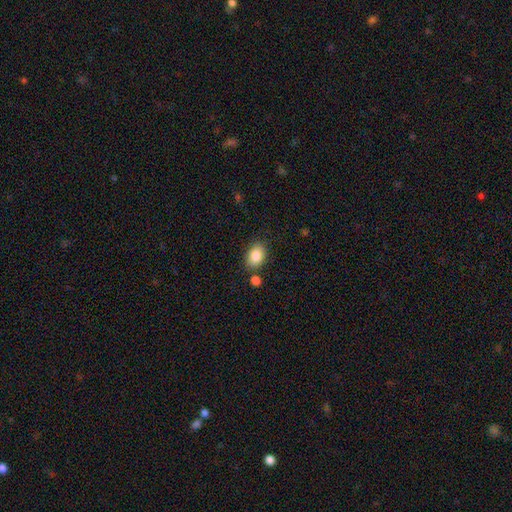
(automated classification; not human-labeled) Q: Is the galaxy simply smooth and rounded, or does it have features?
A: smooth — 86%.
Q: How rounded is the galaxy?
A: in between — 80%.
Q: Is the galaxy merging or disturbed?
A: none — 76%.